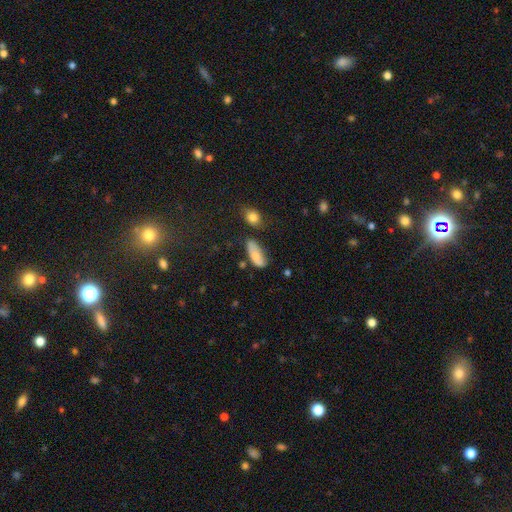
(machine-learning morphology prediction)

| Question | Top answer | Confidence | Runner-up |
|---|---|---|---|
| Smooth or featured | smooth | 71% | featured or disk (22%) |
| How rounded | in between | 80% | cigar-shaped (17%) |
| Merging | none | 54% | minor disturbance (29%) |